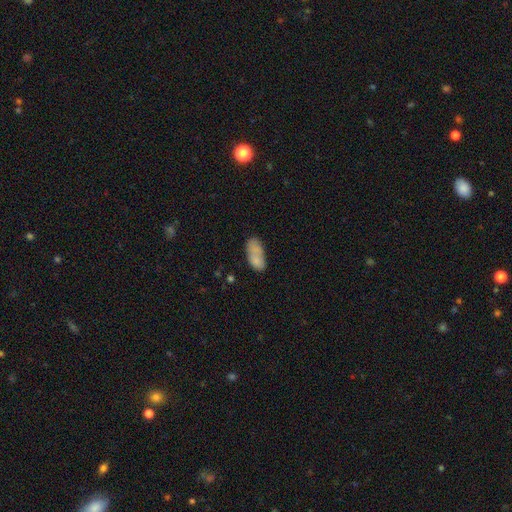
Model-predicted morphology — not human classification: The model was most divided on "merging": none: 46%, minor disturbance: 22%, merger: 21%, major disturbance: 11%. More confident: how rounded — in between (85%); smooth or featured — smooth (76%).